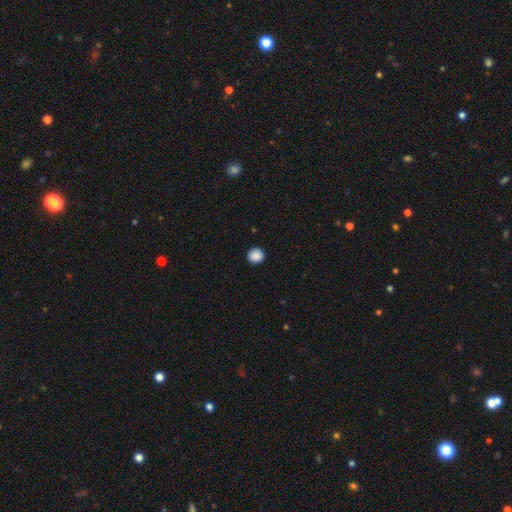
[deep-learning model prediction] Morphology: type=smooth (88%); roundness=round (93%); merging=none (92%).